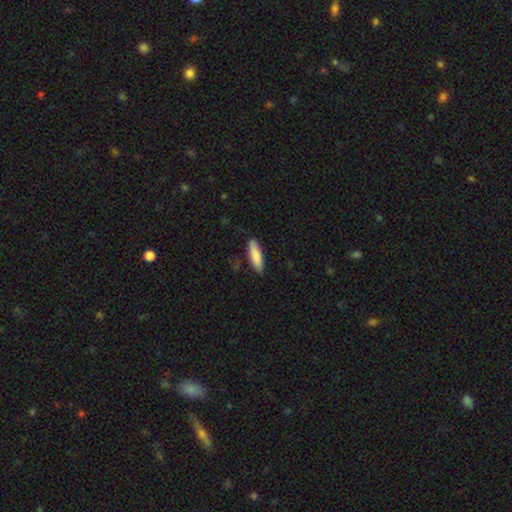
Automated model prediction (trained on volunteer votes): A smooth galaxy with no disk features (85%) that is cigar-shaped (62%).

Vote fractions:
- Smooth or featured? smooth: 85% / featured or disk: 10% / star or artifact: 5%
- How rounded? cigar-shaped: 62% / in between: 37% / round: 2%
- Merging? none: 84% / minor disturbance: 12% / major disturbance: 2% / merger: 1%